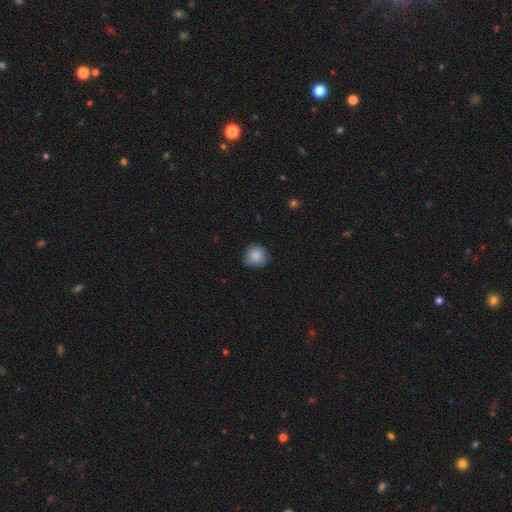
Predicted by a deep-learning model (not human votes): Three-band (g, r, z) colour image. It shows a smooth galaxy with no disk features (84%) that is round (89%). Merging: none (73%).